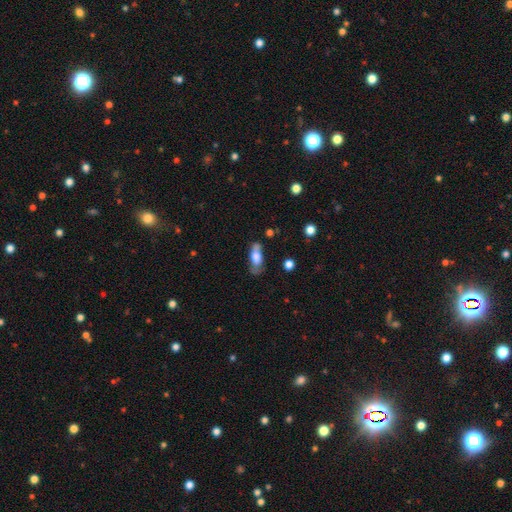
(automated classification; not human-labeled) Q: Smooth or featured?
A: smooth (61%); runner-up: featured or disk (32%)
Q: How rounded?
A: in between (73%); runner-up: cigar-shaped (23%)
Q: Merging?
A: none (53%); runner-up: minor disturbance (29%)